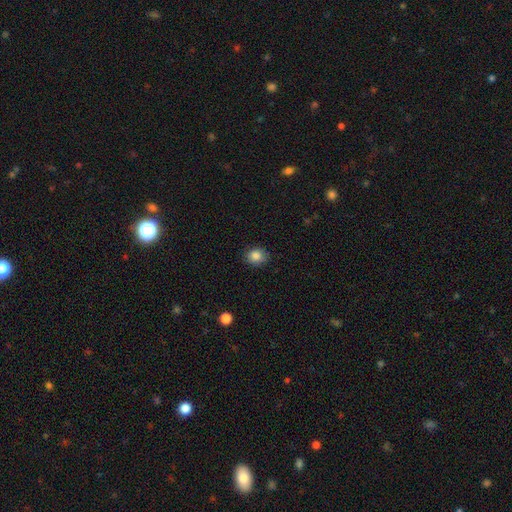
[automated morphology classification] type=smooth (86%); roundness=round (62%); merging=none (85%).